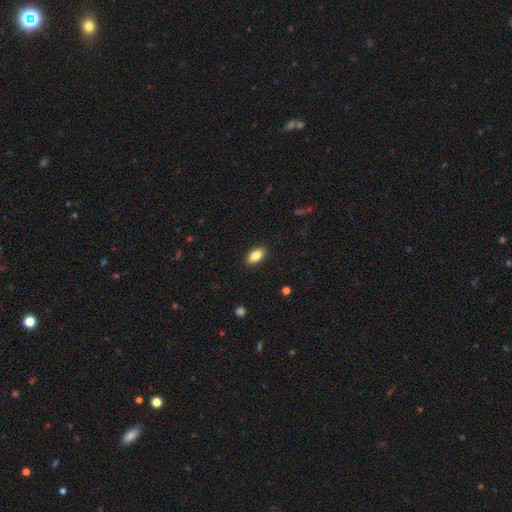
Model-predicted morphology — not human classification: This is clearly a smooth galaxy (85%). How rounded: clearly in between (91%). Merging: clearly none (89%).